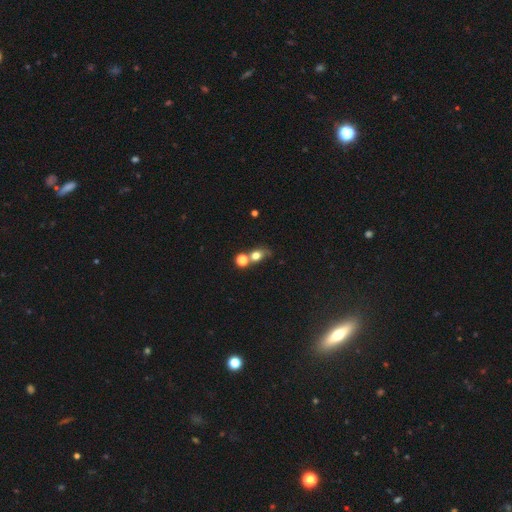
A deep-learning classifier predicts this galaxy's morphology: type=smooth (65%); roundness=round (58%); merging=none (38%).